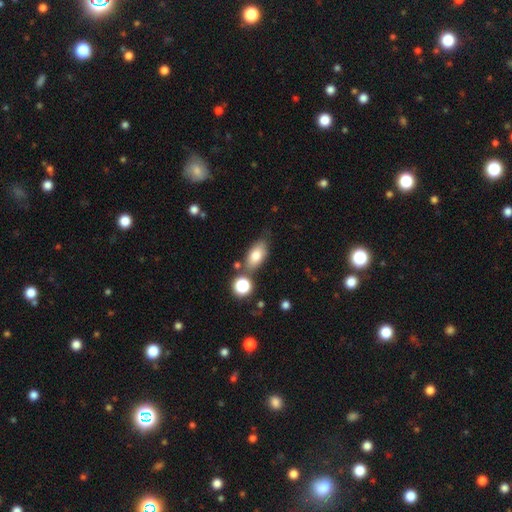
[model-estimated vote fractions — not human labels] A smooth galaxy with no disk features (77%) that is in between round and cigar-shaped (87%). Merging: none (68%).